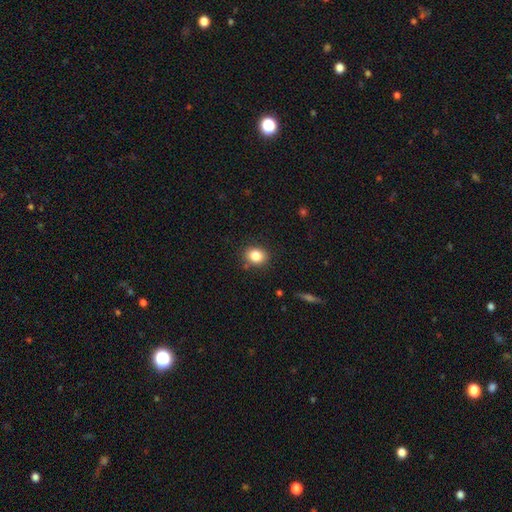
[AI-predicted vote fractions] smooth_or_featured: smooth (p=0.84) [alt: star or artifact p=0.10]
how_rounded: round (p=0.60) [alt: in between p=0.39]
merging: none (p=0.86) [alt: minor disturbance p=0.09]